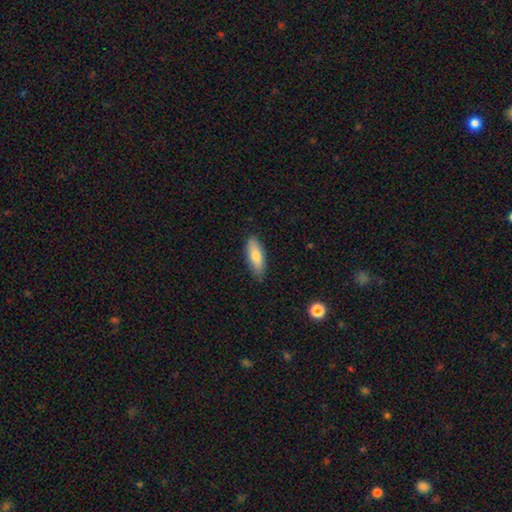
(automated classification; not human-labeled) smooth_or_featured: smooth (p=0.77) [alt: featured or disk p=0.17]
how_rounded: in between (p=0.61) [alt: cigar-shaped p=0.37]
merging: none (p=0.86) [alt: minor disturbance p=0.11]